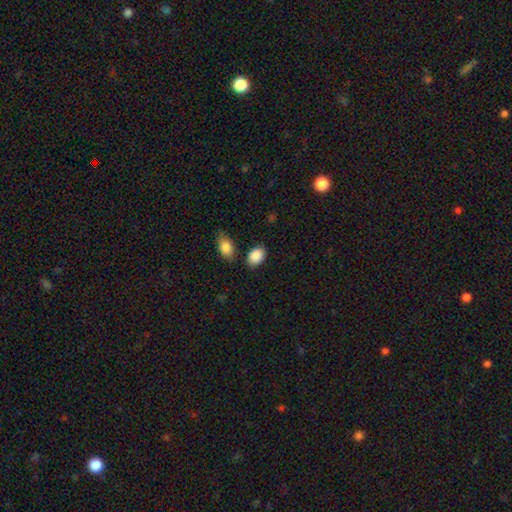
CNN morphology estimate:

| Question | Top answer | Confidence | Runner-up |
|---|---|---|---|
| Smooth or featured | smooth | 89% | star or artifact (7%) |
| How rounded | in between | 78% | round (21%) |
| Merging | none | 75% | minor disturbance (15%) |